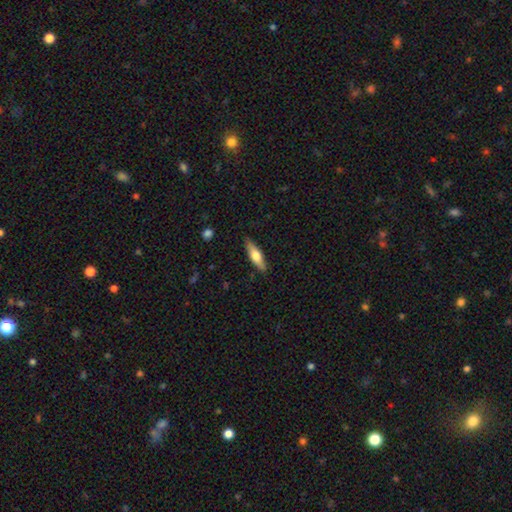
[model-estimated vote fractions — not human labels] Overall: smooth (57%; featured or disk 37%). How rounded: cigar-shaped (61%; in between 37%). Merging: none (87%).